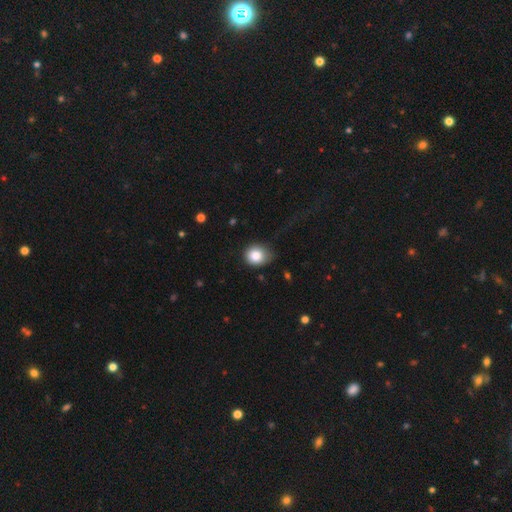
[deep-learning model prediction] Overall: smooth (84%). How rounded: round (68%; in between 31%). Merging: none (65%; minor disturbance 26%).